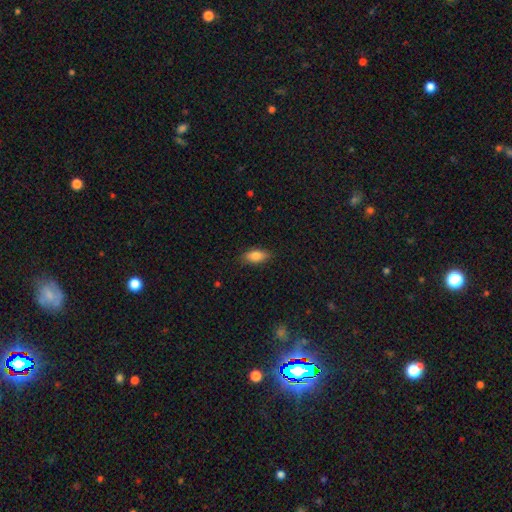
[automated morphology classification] Smooth or featured?
  - smooth: 81% *
  - featured or disk: 11%
  - star or artifact: 7%
How rounded?
  - in between: 85% *
  - cigar-shaped: 12%
  - round: 3%
Merging?
  - none: 84% *
  - minor disturbance: 12%
  - major disturbance: 3%
  - merger: 1%